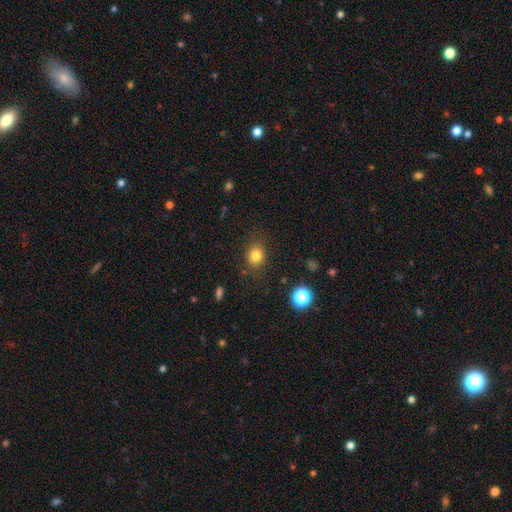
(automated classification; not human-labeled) Overall: smooth (81%). How rounded: round (67%; in between 32%). Merging: none (82%).